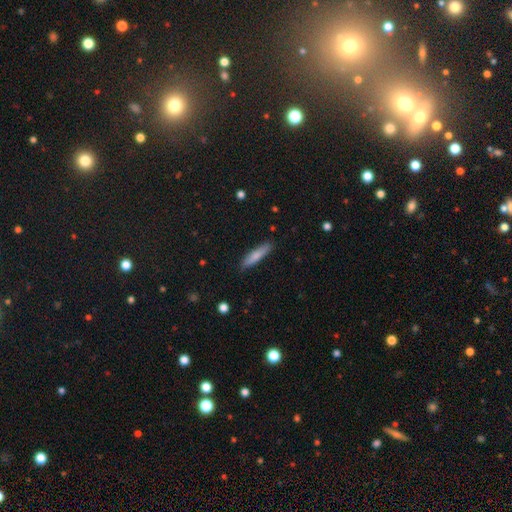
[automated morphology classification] smooth 76%, featured or disk 19%, star or artifact 5%. Down the decision tree: how rounded — cigar-shaped (82%); merging — none (87%).